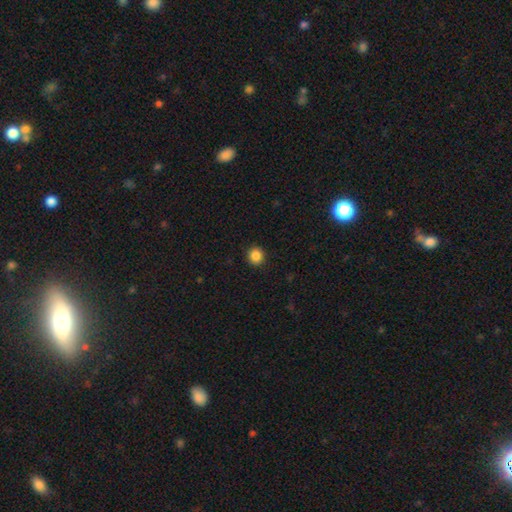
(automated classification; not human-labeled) The model was most divided on "smooth or featured": smooth: 87%, star or artifact: 10%, featured or disk: 3%. More confident: merging — none (92%); how rounded — round (89%).